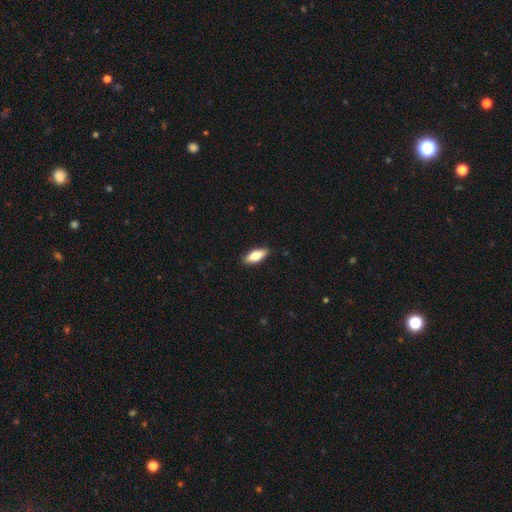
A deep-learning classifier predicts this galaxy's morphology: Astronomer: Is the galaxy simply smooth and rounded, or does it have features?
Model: smooth — 68%.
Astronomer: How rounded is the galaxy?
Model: in between — 75%.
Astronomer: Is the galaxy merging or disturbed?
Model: none — 89%.